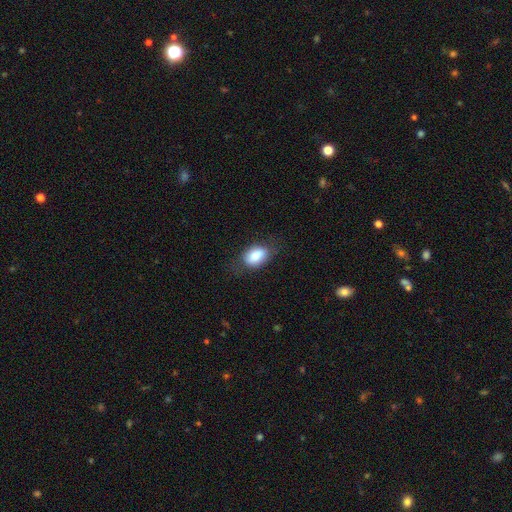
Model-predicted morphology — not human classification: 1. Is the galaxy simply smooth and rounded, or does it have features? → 82% smooth, 11% featured or disk, 7% star or artifact.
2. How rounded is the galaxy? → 86% in between, 12% round, 2% cigar-shaped.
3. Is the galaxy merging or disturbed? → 71% none, 21% minor disturbance, 7% major disturbance, 1% merger.